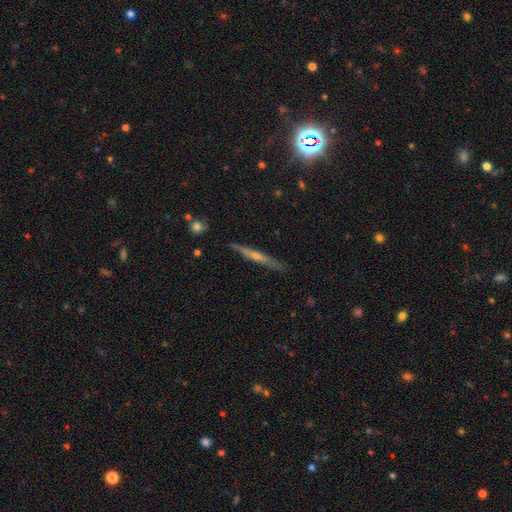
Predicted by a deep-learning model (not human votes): smooth_or_featured: featured or disk (p=0.61) [alt: smooth p=0.32]
disk_edge_on: yes (p=0.96) [alt: no p=0.04]
edge_on_bulge: rounded (p=0.56) [alt: none p=0.38]
merging: none (p=0.85) [alt: minor disturbance p=0.11]